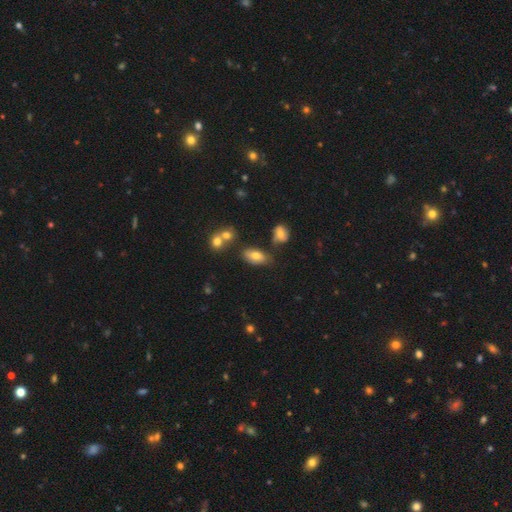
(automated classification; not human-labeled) This appears to be a smooth galaxy with no disk features (71%) that is in between round and cigar-shaped (91%). Merging: none (63%).